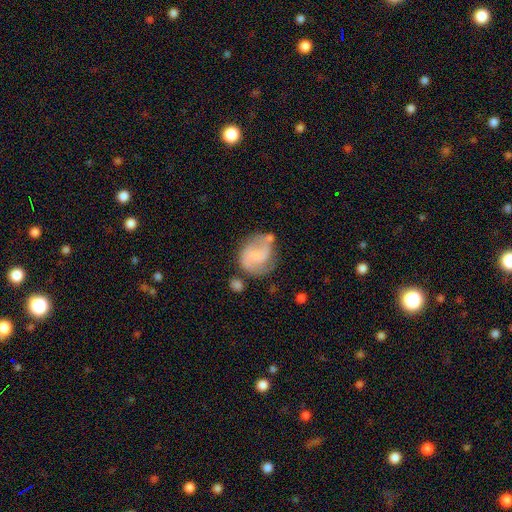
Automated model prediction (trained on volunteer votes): Smooth or featured?
  - featured or disk: 56% *
  - smooth: 36%
  - star or artifact: 8%
Edge-on disk?
  - no: 98% *
  - yes: 2%
Bar?
  - no: 50% *
  - weak: 39%
  - strong: 11%
Spiral arms?
  - yes: 85% *
  - no: 15%
Bulge size?
  - none: 48% *
  - small: 31%
  - moderate: 14%
  - large: 5%
  - dominant: 2%
Merging?
  - none: 51% *
  - minor disturbance: 24%
  - major disturbance: 13%
  - merger: 12%